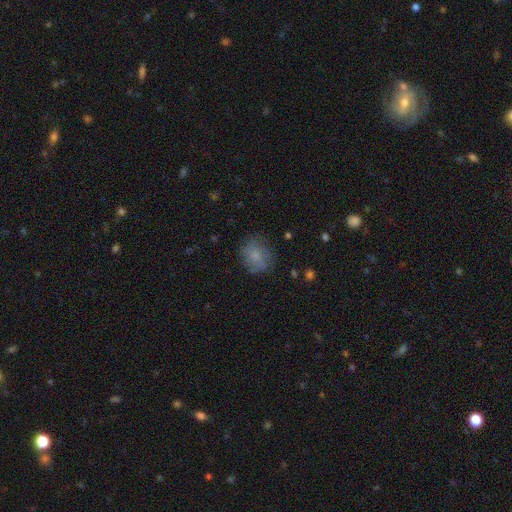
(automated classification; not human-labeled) This is likely a smooth galaxy (74%). How rounded: likely round (68%). Merging: likely none (70%).